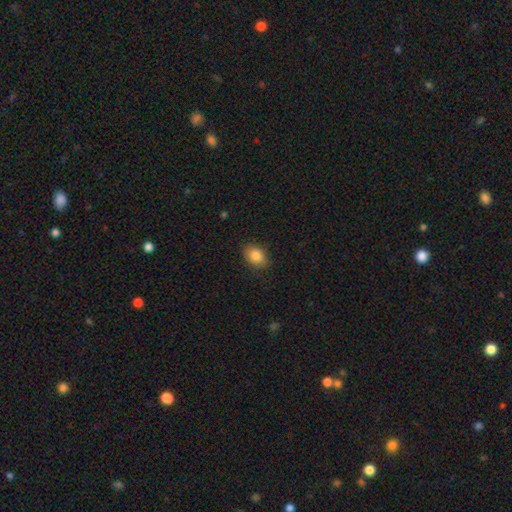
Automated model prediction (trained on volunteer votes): A smooth galaxy with no disk features (86%) that is in between round and cigar-shaped (76%).

Vote fractions:
- Smooth or featured? smooth: 86% / star or artifact: 9% / featured or disk: 6%
- How rounded? in between: 76% / round: 23% / cigar-shaped: 1%
- Merging? none: 86% / minor disturbance: 11% / major disturbance: 3% / merger: 1%